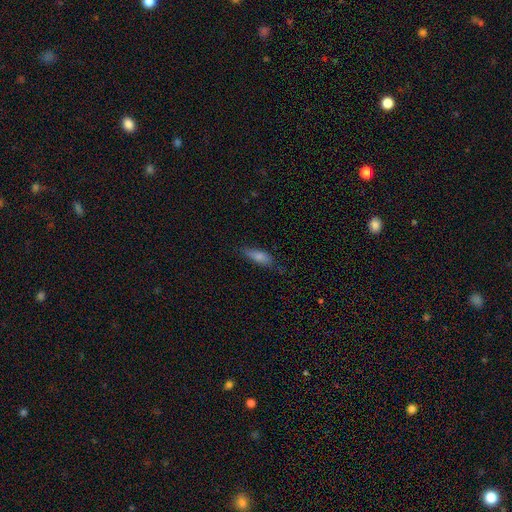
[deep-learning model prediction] Morphology: type=smooth (66%); roundness=cigar-shaped (54%); merging=none (73%).